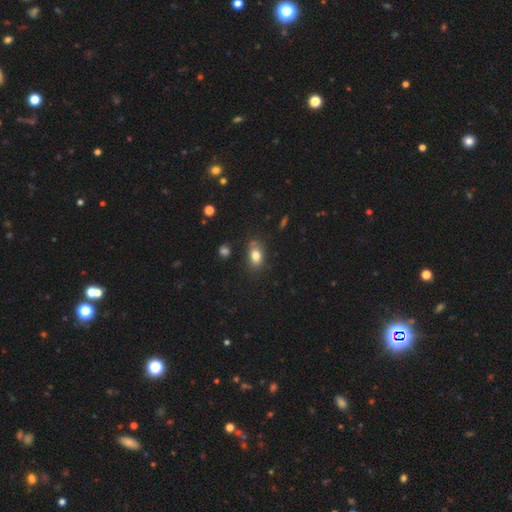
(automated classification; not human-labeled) Smooth or featured?
  - smooth: 80% *
  - featured or disk: 10%
  - star or artifact: 10%
How rounded?
  - in between: 81% *
  - round: 17%
  - cigar-shaped: 2%
Merging?
  - none: 72% *
  - minor disturbance: 19%
  - merger: 5%
  - major disturbance: 5%